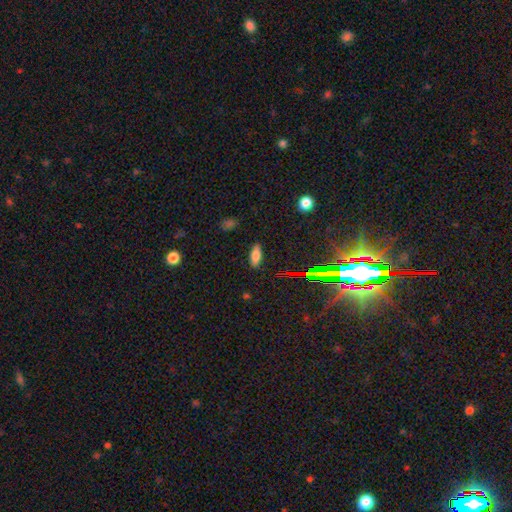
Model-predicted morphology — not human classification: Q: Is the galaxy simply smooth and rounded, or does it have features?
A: smooth — 75%.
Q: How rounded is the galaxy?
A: in between — 77%.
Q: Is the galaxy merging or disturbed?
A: none — 86%.